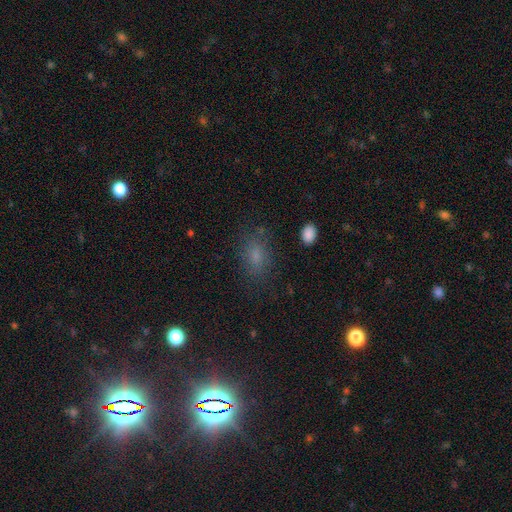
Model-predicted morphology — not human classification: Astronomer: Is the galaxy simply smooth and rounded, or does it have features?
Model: smooth — 73%.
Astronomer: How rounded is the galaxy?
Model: in between — 79%.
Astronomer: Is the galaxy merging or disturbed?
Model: none — 77%.